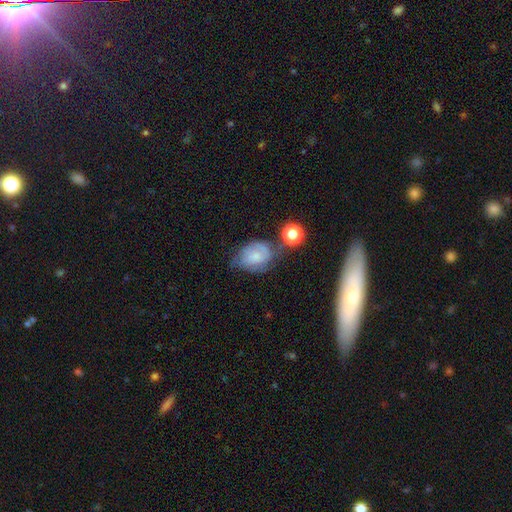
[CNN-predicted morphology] Smooth or featured? Predicted: smooth (p=0.45). Merging? Predicted: none (p=0.44).